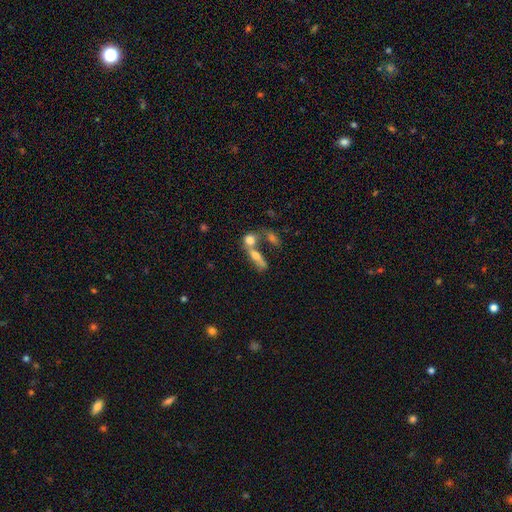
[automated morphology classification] Smooth or featured: smooth — 57% (featured or disk — 31%)
How rounded: in between — 49% (cigar-shaped — 37%)
Merging: merger — 54% (none — 27%)